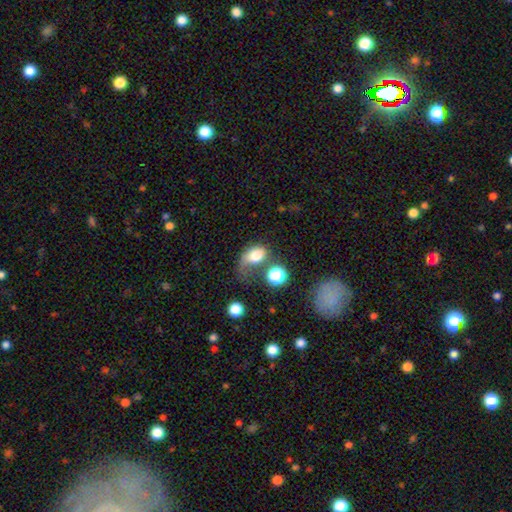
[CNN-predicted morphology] Smooth or featured: smooth — 70% (featured or disk — 20%)
How rounded: in between — 71% (round — 28%)
Merging: major disturbance — 36% (none — 25%)